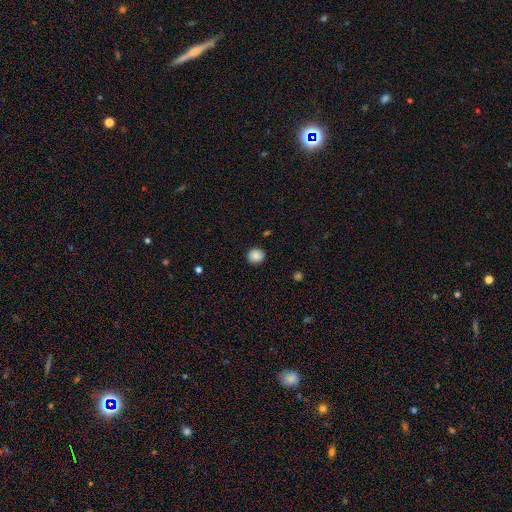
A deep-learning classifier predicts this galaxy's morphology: The model was most divided on "how rounded": round: 87%, in between: 12%, cigar-shaped: 1%. More confident: merging — none (90%); smooth or featured — smooth (87%).